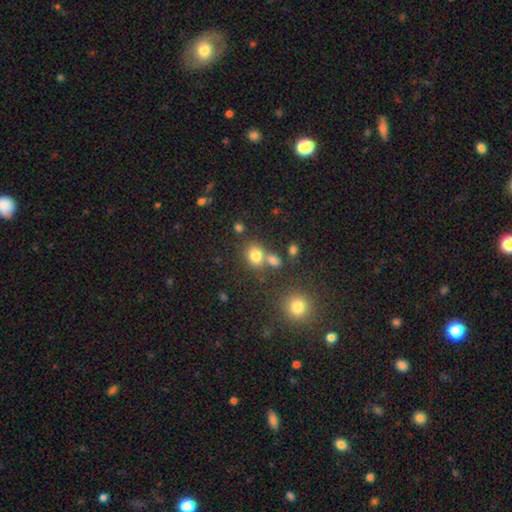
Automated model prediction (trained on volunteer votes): Overall: smooth (78%). How rounded: round (54%; in between 45%). Merging: none (55%; merger 28%).